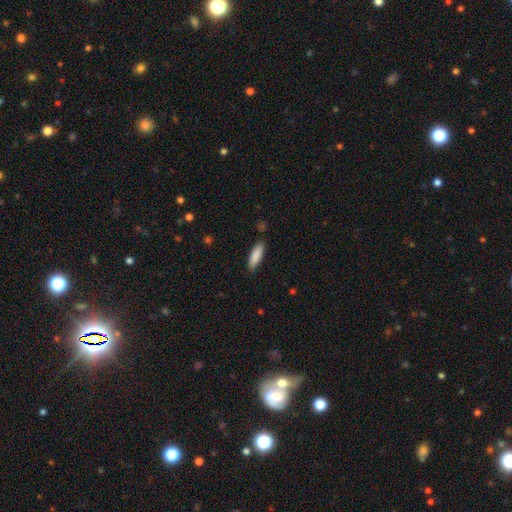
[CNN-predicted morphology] Q: Smooth or featured?
A: smooth (87%); runner-up: featured or disk (7%)
Q: How rounded?
A: cigar-shaped (54%); runner-up: in between (45%)
Q: Merging?
A: none (86%); runner-up: minor disturbance (10%)